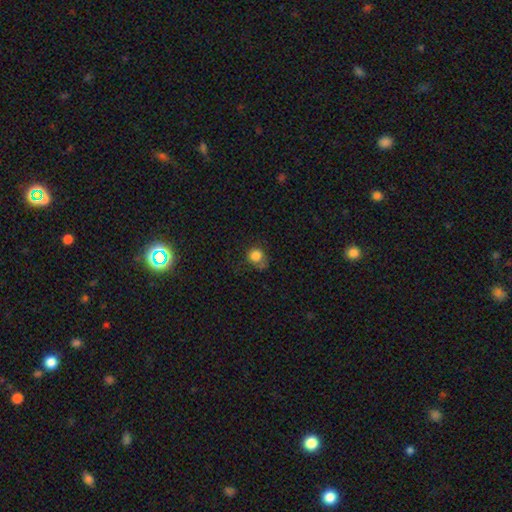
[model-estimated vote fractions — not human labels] smooth-or-featured: smooth: 83% | star or artifact: 11% | featured or disk: 6%
  how-rounded: round: 85% | in between: 14% | cigar-shaped: 1%
  merging: none: 56% | minor disturbance: 26% | major disturbance: 12% | merger: 6%